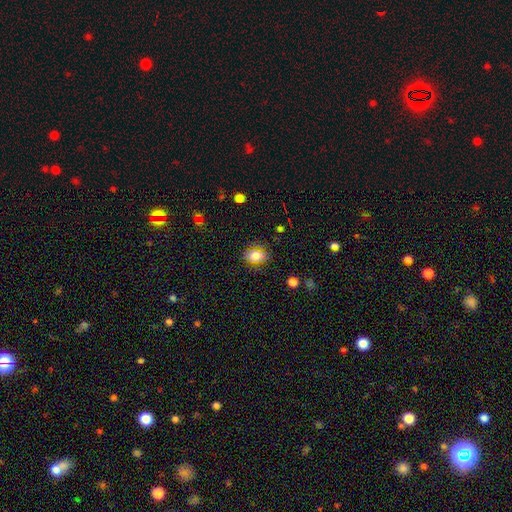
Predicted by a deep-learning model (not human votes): This appears to be a smooth galaxy with no disk features (77%) that is in between round and cigar-shaped (71%). Merging: none (73%).